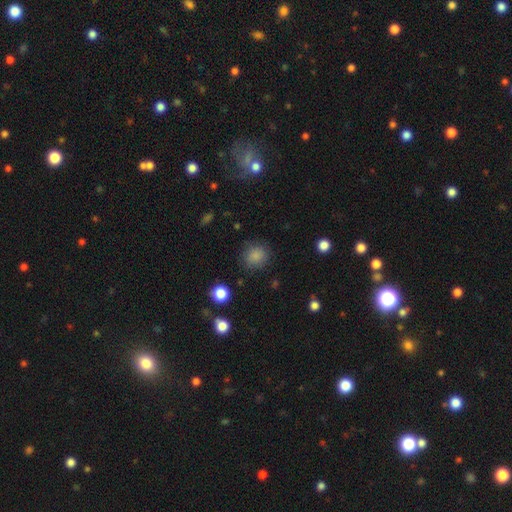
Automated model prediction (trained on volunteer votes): smooth_or_featured: smooth (p=0.84) [alt: star or artifact p=0.11]
how_rounded: round (p=0.84) [alt: in between p=0.15]
merging: none (p=0.82) [alt: minor disturbance p=0.12]